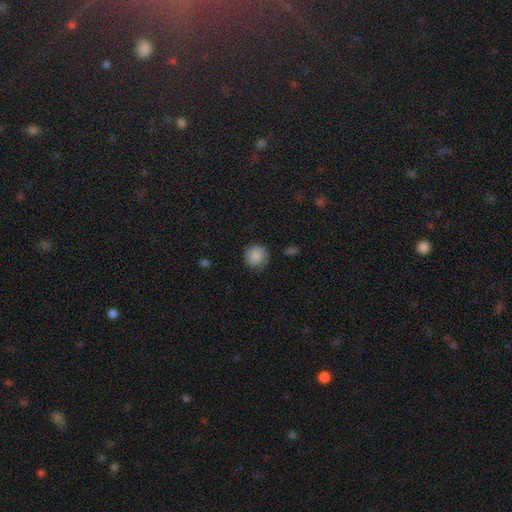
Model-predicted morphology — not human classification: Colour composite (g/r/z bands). It shows a smooth galaxy with no disk features (87%) that is round (92%). Merging: none (83%).